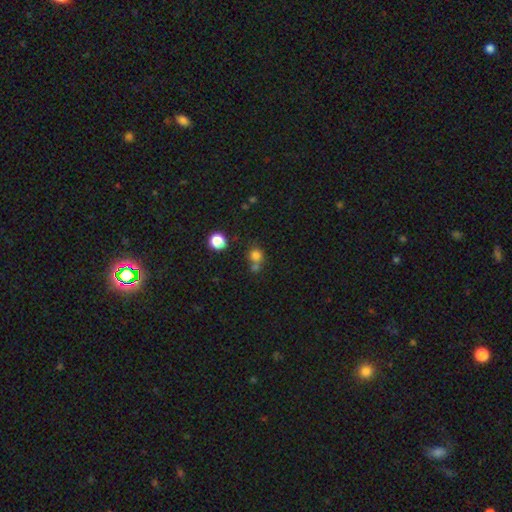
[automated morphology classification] This appears to be a smooth galaxy with no disk features (77%) that is round (85%). Merging: none (54%).